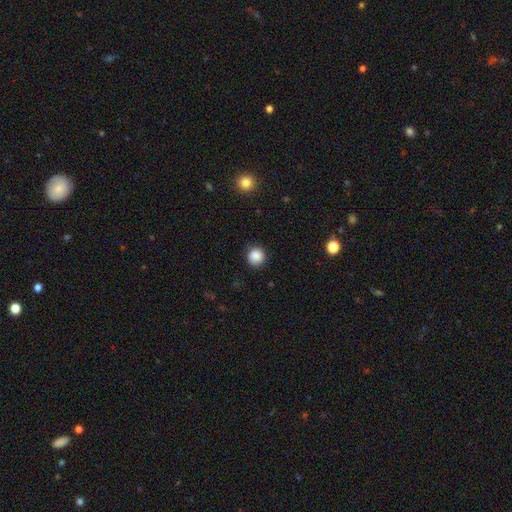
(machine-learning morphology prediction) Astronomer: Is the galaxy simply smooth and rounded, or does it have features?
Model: smooth — 87%.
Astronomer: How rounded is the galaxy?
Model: round — 90%.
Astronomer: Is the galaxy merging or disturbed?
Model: none — 83%.